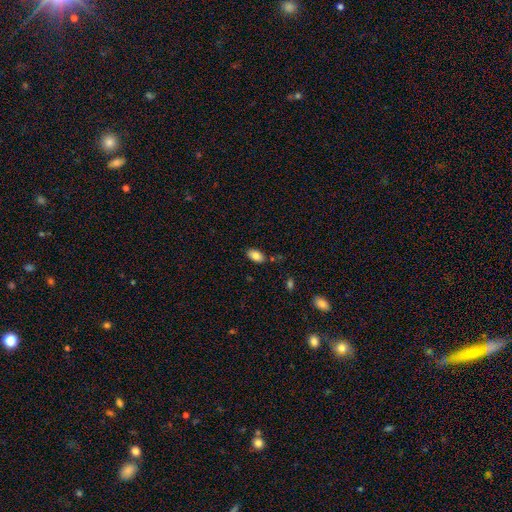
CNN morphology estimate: smooth-or-featured: smooth: 83% | featured or disk: 9% | star or artifact: 8%
  how-rounded: in between: 93% | round: 4% | cigar-shaped: 3%
  merging: none: 82% | minor disturbance: 12% | merger: 3% | major disturbance: 3%